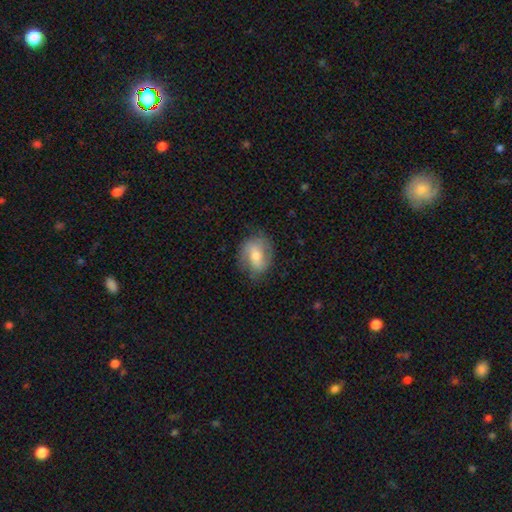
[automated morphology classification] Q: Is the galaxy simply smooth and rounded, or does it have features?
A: featured or disk — 47%.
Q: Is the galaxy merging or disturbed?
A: none — 74%.